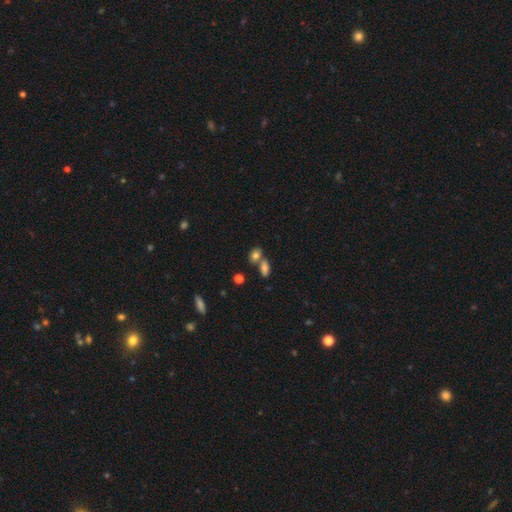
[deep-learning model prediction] Q: Smooth or featured?
A: smooth (78%); runner-up: star or artifact (12%)
Q: How rounded?
A: in between (79%); runner-up: round (17%)
Q: Merging?
A: none (44%); runner-up: merger (41%)